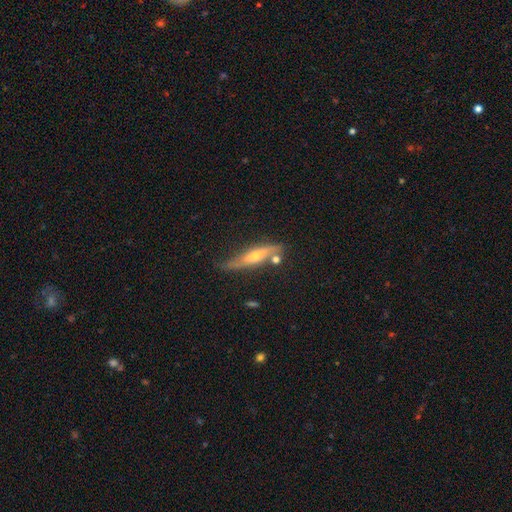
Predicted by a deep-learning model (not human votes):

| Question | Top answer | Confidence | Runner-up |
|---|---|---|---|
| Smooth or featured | featured or disk | 64% | smooth (29%) |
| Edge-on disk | yes | 80% | no (20%) |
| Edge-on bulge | rounded | 85% | none (10%) |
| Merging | none | 61% | minor disturbance (24%) |